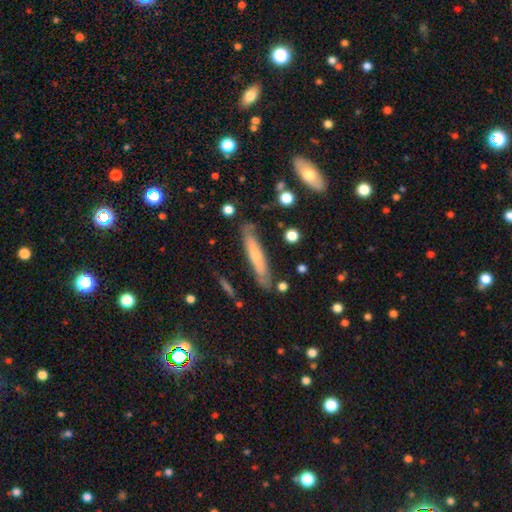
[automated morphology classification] Smooth or featured: featured or disk — 49% (smooth — 44%)
Merging: none — 75% (minor disturbance — 18%)